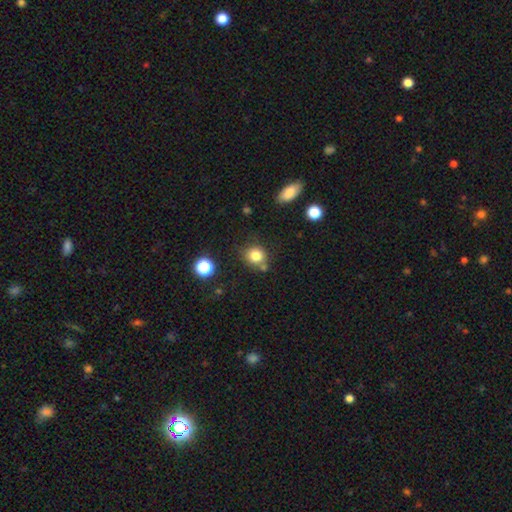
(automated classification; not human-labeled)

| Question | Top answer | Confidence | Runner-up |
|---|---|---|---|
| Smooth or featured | smooth | 80% | star or artifact (12%) |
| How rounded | round | 84% | in between (15%) |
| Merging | none | 71% | minor disturbance (14%) |